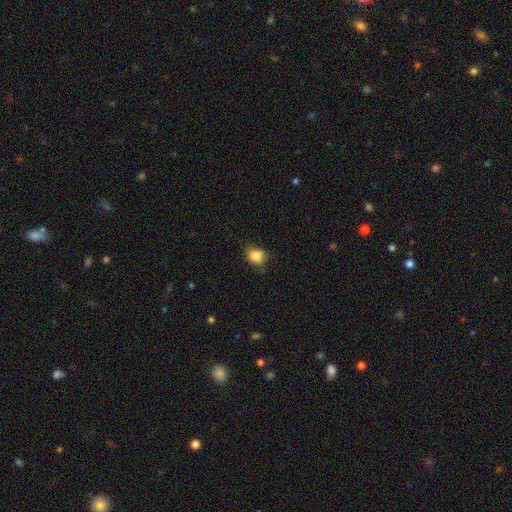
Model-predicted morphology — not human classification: Q: Smooth or featured?
A: smooth (84%); runner-up: star or artifact (10%)
Q: How rounded?
A: round (64%); runner-up: in between (35%)
Q: Merging?
A: none (71%); runner-up: minor disturbance (23%)